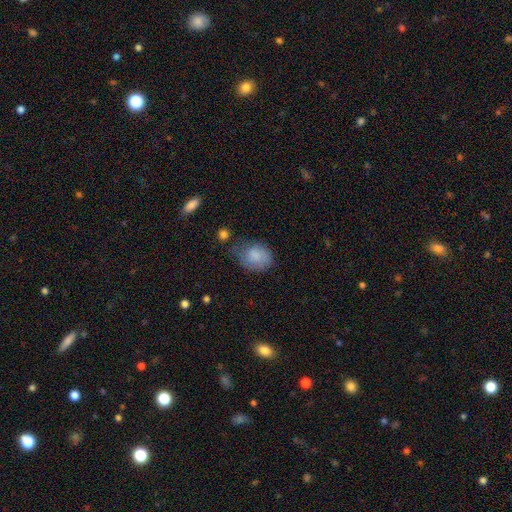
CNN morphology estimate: Q: Smooth or featured?
A: smooth (78%); runner-up: featured or disk (14%)
Q: How rounded?
A: in between (50%); runner-up: round (49%)
Q: Merging?
A: none (46%); runner-up: minor disturbance (34%)